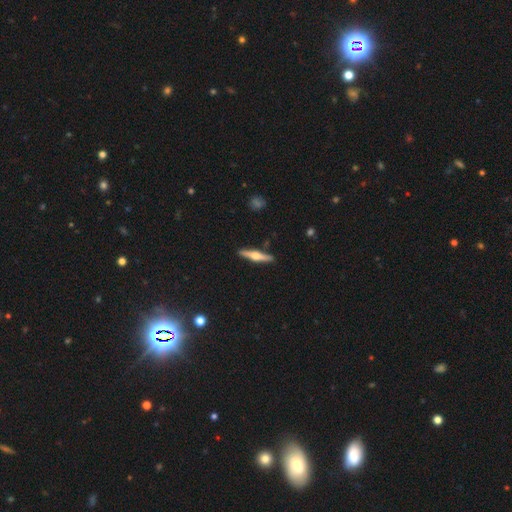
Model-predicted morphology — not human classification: A featured or disk galaxy (68%) viewed edge-on (97%) with a rounded central bulge (94%). Merging: none (91%).